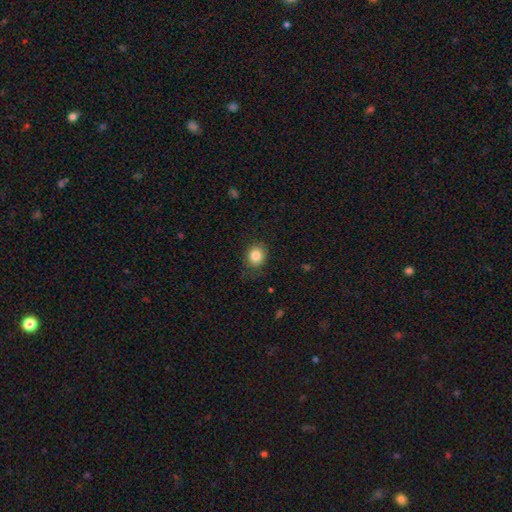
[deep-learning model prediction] The model was most divided on "how rounded": round: 73%, in between: 26%, cigar-shaped: 1%. More confident: smooth or featured — smooth (84%); merging — none (81%).